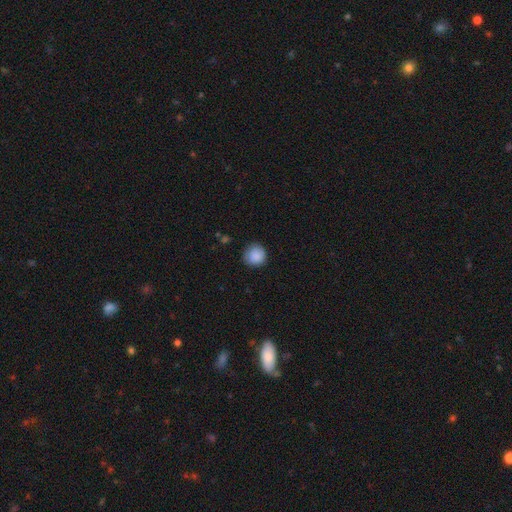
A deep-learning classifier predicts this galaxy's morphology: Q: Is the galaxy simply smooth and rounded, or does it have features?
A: smooth — 88%.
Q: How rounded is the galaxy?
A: round — 92%.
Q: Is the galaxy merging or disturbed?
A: none — 83%.